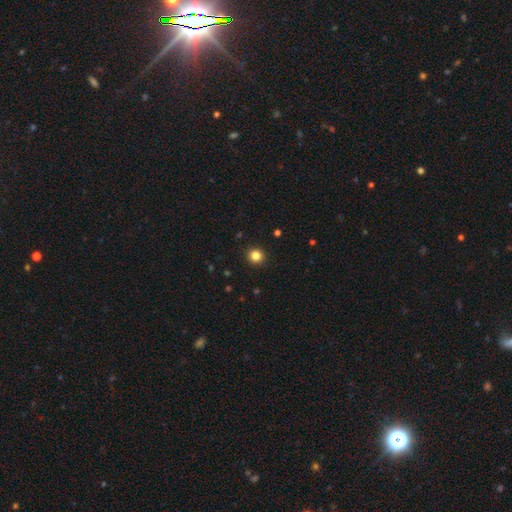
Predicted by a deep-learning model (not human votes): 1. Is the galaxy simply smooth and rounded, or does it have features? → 84% smooth, 12% star or artifact, 5% featured or disk.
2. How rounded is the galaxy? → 90% round, 9% in between, 1% cigar-shaped.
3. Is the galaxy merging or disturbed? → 92% none, 5% minor disturbance, 2% major disturbance, 1% merger.